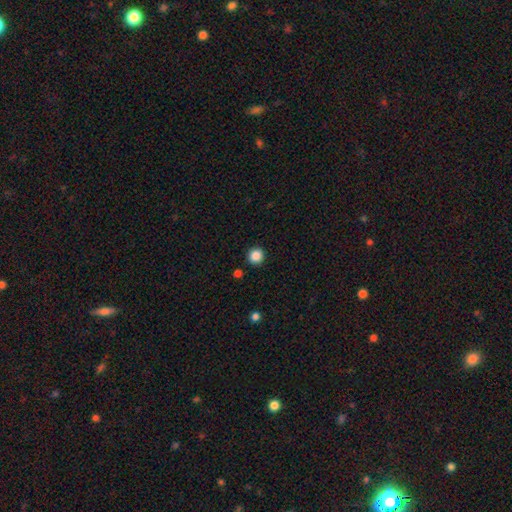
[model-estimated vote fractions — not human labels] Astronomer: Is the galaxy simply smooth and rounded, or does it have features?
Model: smooth — 86%.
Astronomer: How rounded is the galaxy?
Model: round — 94%.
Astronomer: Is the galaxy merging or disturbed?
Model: none — 92%.